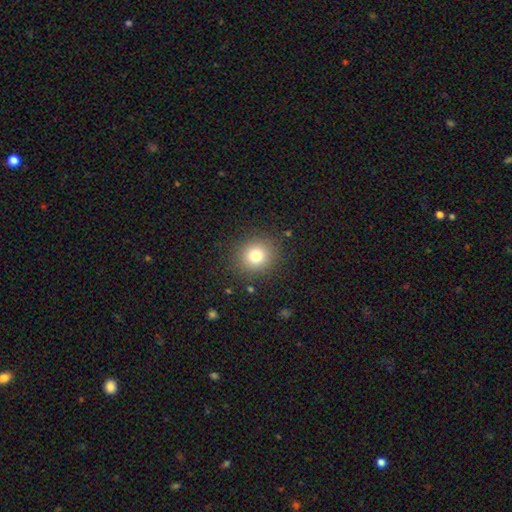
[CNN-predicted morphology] Overall: smooth (78%). How rounded: round (88%). Merging: none (88%).